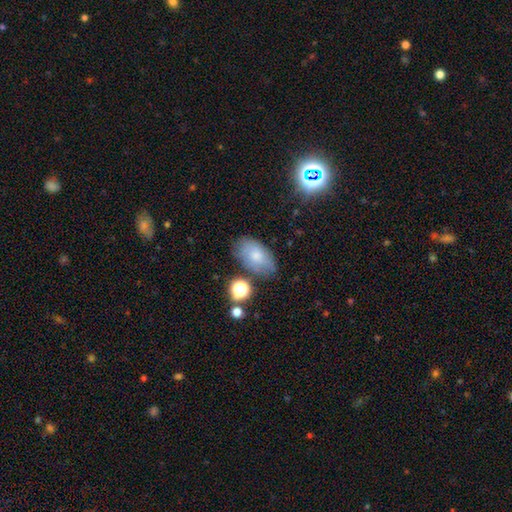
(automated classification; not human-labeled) The model was most divided on "merging": none: 68%, minor disturbance: 21%, major disturbance: 6%, merger: 5%. More confident: how rounded — in between (92%); smooth or featured — smooth (70%).